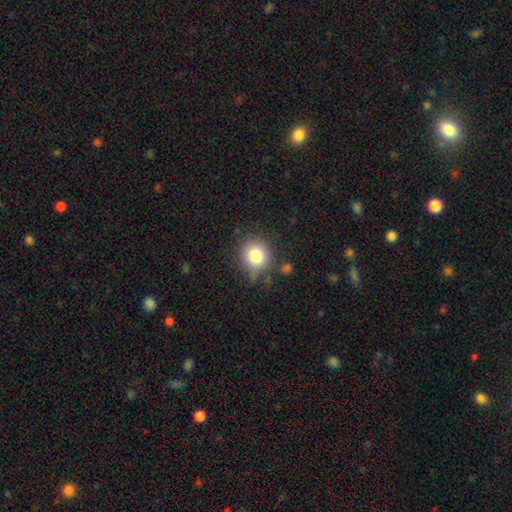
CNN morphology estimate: smooth 80%, star or artifact 11%, featured or disk 9%. Down the decision tree: how rounded — round (85%); merging — none (74%).